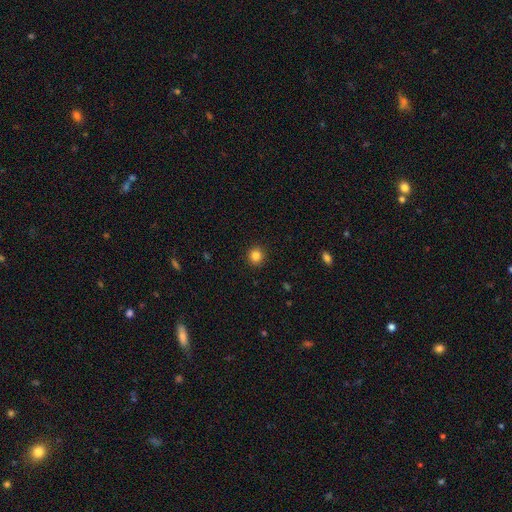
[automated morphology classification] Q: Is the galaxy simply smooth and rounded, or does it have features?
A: smooth — 84%.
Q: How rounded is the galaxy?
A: round — 91%.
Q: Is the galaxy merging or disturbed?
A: none — 92%.